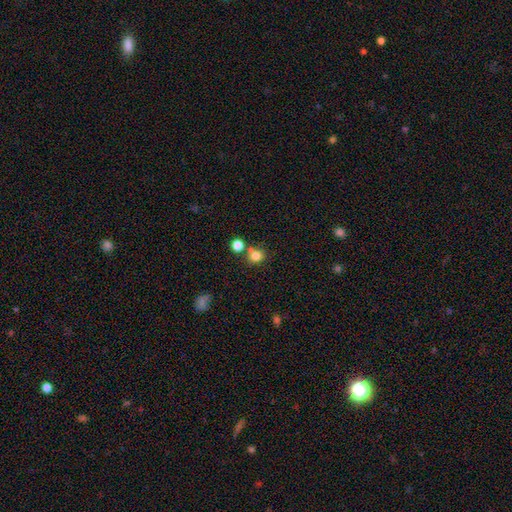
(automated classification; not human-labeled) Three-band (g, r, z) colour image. It shows a smooth galaxy with no disk features (80%) that is round (83%). Merging: none (64%).